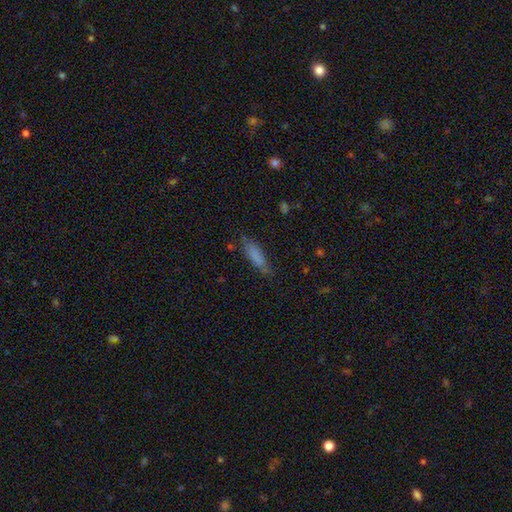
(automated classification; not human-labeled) smooth_or_featured: smooth (p=0.77) [alt: featured or disk p=0.14]
how_rounded: cigar-shaped (p=0.59) [alt: in between p=0.39]
merging: none (p=0.67) [alt: minor disturbance p=0.24]